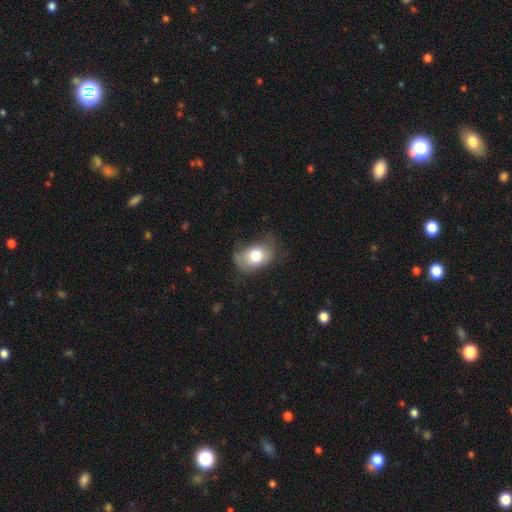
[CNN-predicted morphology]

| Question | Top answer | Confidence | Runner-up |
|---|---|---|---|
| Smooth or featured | smooth | 72% | featured or disk (19%) |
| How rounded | in between | 76% | round (22%) |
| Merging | none | 45% | minor disturbance (35%) |